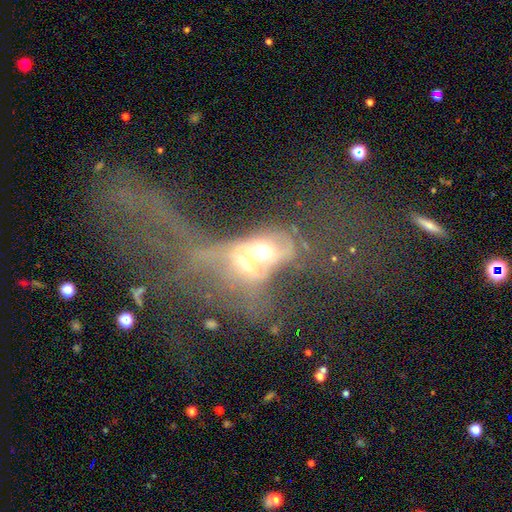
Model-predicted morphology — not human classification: Smooth or featured? featured or disk (56%)
Edge-on disk? no (90%)
Bar? no (78%)
Spiral arms? no (67%)
Bulge size? moderate (60%)
Merging? merger (71%)